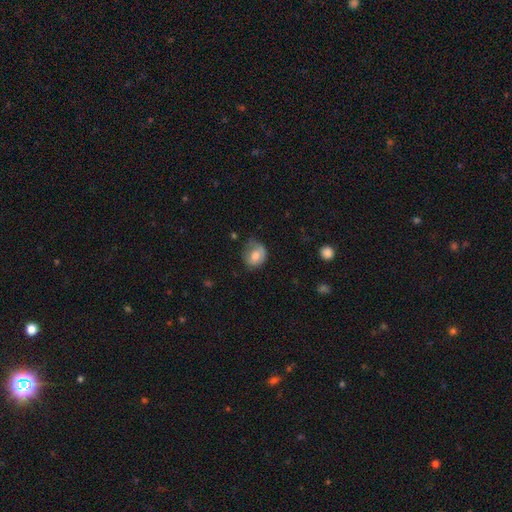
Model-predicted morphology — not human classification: Smooth or featured?
  - smooth: 71% *
  - featured or disk: 21%
  - star or artifact: 8%
How rounded?
  - round: 60% *
  - in between: 39%
  - cigar-shaped: 1%
Merging?
  - none: 50% *
  - minor disturbance: 34%
  - major disturbance: 14%
  - merger: 2%